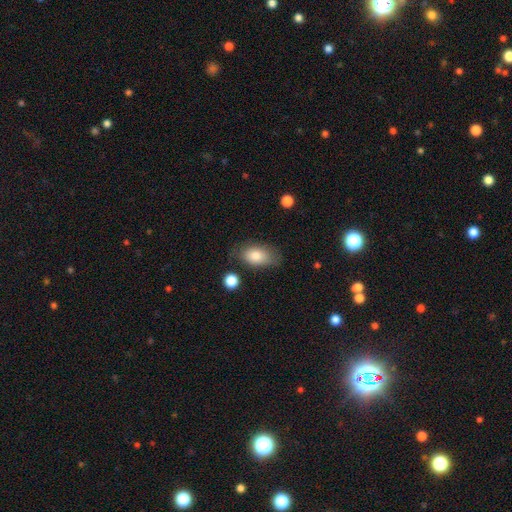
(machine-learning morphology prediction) type=smooth (80%); roundness=in between (89%); merging=none (69%).